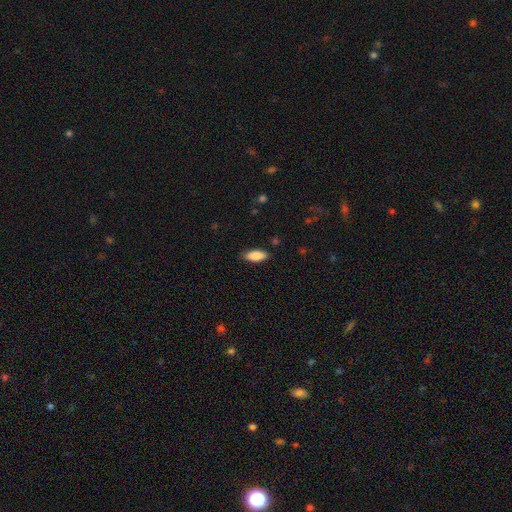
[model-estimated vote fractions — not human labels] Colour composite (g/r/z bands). It shows a smooth galaxy with no disk features (87%) that is in between round and cigar-shaped (83%). Merging: none (86%).